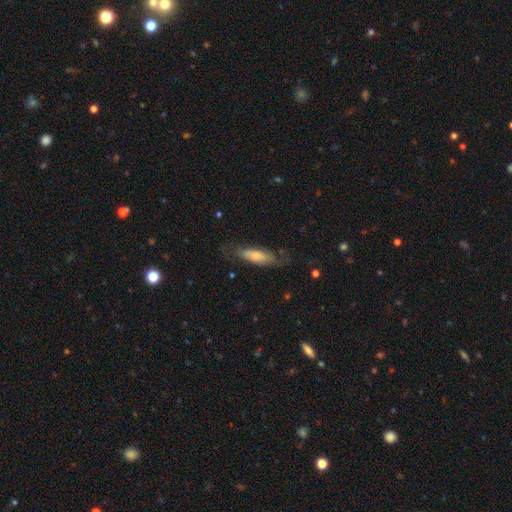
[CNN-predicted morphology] A smooth galaxy with no disk features (57%) that is in between round and cigar-shaped (50%).

Vote fractions:
- Smooth or featured? smooth: 57% / featured or disk: 37% / star or artifact: 6%
- How rounded? in between: 50% / cigar-shaped: 48% / round: 2%
- Merging? none: 64% / minor disturbance: 23% / major disturbance: 11% / merger: 2%